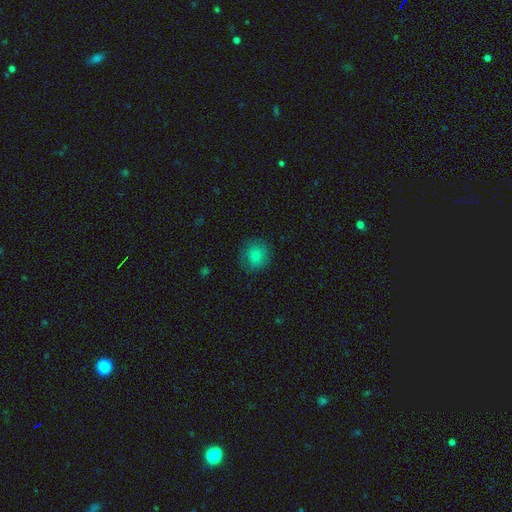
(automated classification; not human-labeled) Smooth or featured?
  - smooth: 73% *
  - featured or disk: 16%
  - star or artifact: 11%
How rounded?
  - round: 87% *
  - in between: 12%
  - cigar-shaped: 1%
Merging?
  - none: 79% *
  - minor disturbance: 15%
  - major disturbance: 5%
  - merger: 1%